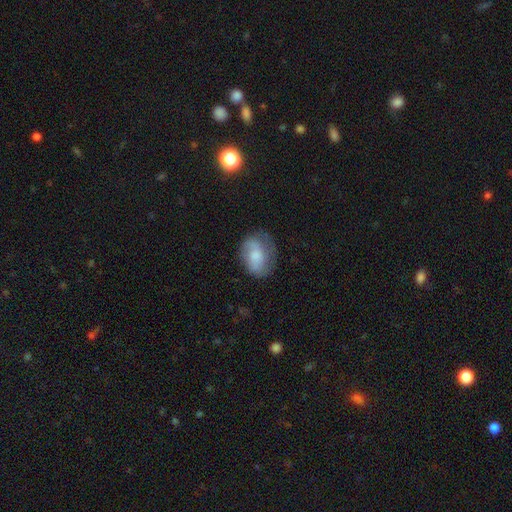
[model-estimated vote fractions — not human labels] This appears to be a smooth galaxy with no disk features (52%) that is in between round and cigar-shaped (74%). Merging: none (59%).